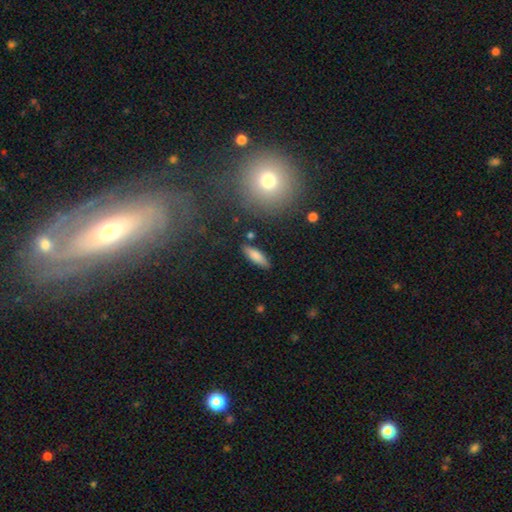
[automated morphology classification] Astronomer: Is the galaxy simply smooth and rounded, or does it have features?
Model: smooth — 81%.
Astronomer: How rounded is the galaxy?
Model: cigar-shaped — 52% (runner-up: in between, 46%).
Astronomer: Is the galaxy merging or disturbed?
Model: none — 85%.